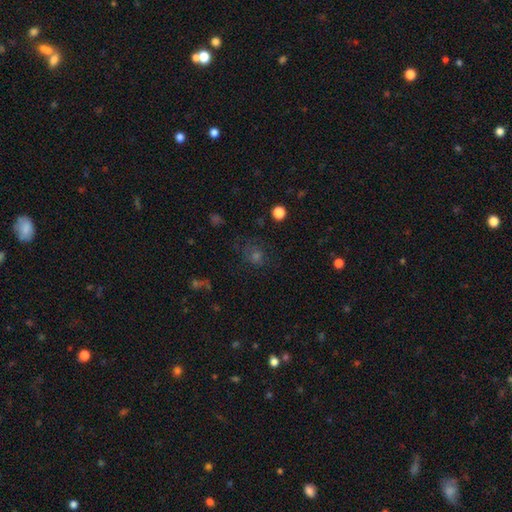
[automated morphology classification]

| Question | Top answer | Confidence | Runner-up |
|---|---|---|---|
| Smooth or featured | smooth | 46% | star or artifact (37%) |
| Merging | none | 71% | minor disturbance (16%) |